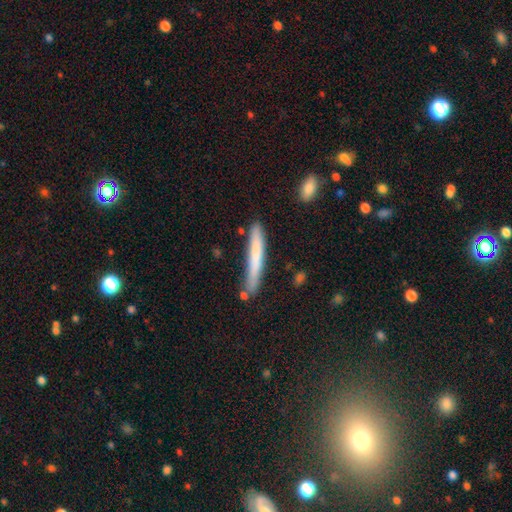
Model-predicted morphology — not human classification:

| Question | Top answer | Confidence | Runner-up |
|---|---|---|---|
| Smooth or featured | smooth | 71% | featured or disk (23%) |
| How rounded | cigar-shaped | 96% | in between (3%) |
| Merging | none | 77% | minor disturbance (16%) |